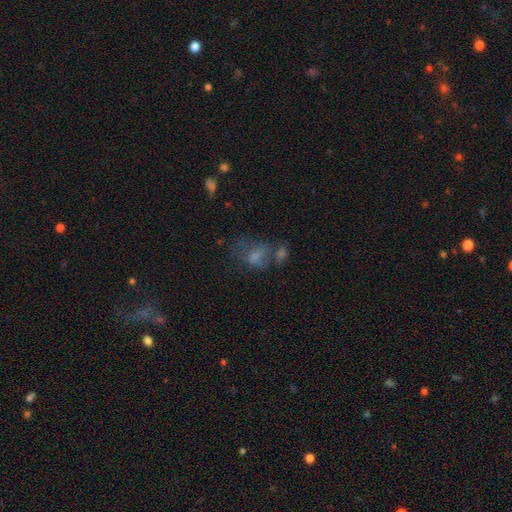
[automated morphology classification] Q: Smooth or featured?
A: smooth (45%); runner-up: featured or disk (33%)
Q: Merging?
A: none (34%); runner-up: merger (28%)